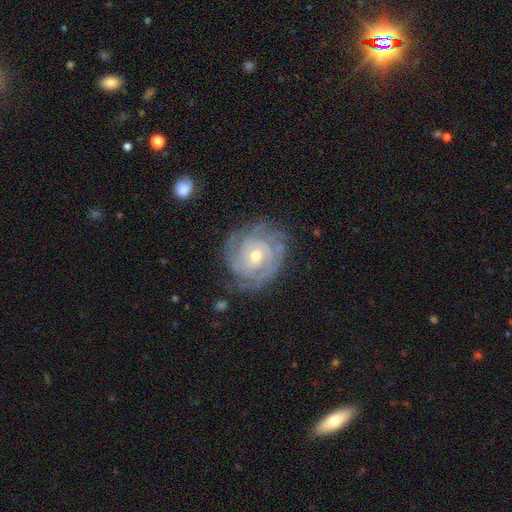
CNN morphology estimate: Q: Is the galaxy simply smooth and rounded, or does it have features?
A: featured or disk — 86%.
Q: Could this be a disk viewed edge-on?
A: no — 97%.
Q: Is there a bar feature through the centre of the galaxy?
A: no — 67%.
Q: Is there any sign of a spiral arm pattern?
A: yes — 95%.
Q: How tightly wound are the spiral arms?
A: tight — 79%.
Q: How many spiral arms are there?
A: can't tell — 34%.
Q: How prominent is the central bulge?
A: moderate — 57%.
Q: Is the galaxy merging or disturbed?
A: none — 75%.